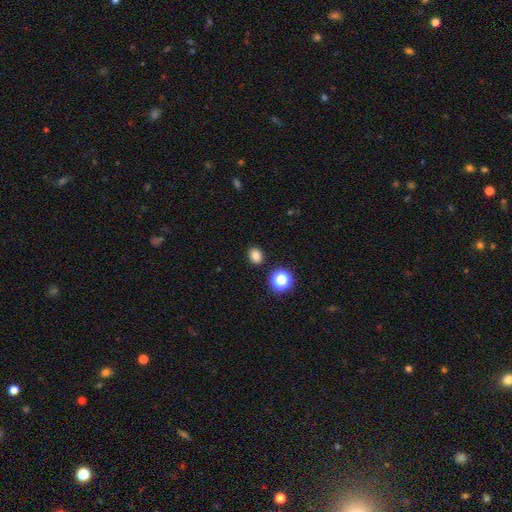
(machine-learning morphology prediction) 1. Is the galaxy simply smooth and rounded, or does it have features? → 80% smooth, 15% star or artifact, 5% featured or disk.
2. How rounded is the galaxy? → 57% round, 43% in between, 1% cigar-shaped.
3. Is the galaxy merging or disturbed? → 89% none, 7% minor disturbance, 2% merger, 2% major disturbance.